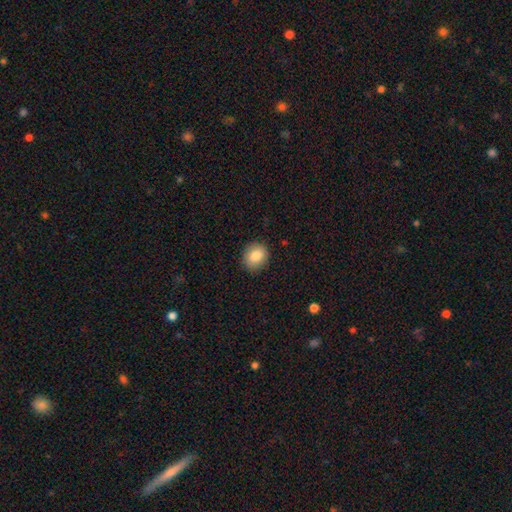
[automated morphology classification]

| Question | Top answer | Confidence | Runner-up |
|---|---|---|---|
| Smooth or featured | smooth | 84% | star or artifact (9%) |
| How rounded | round | 67% | in between (32%) |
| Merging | none | 89% | minor disturbance (8%) |